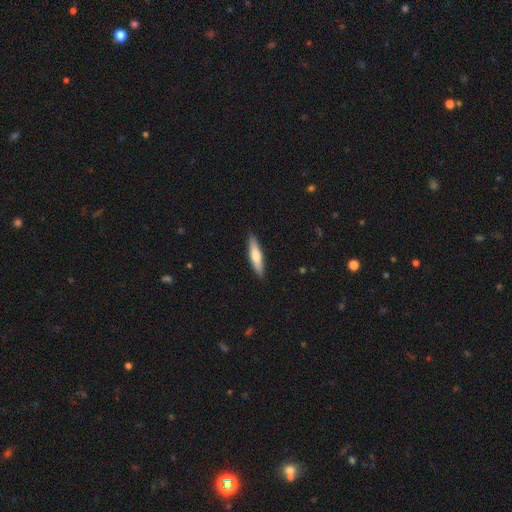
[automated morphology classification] Smooth or featured? smooth (60%)
How rounded? cigar-shaped (79%)
Merging? none (90%)